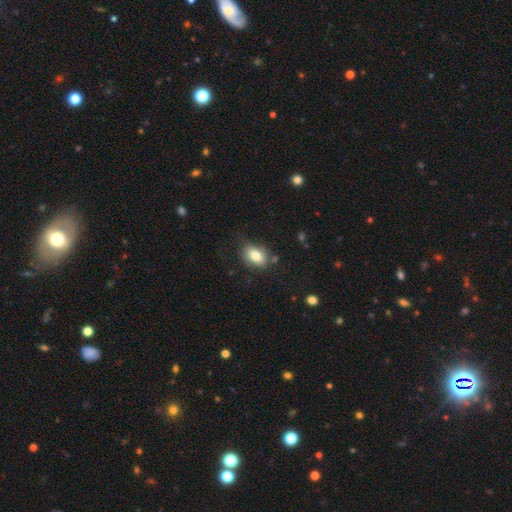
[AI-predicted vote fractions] Smooth or featured: smooth — 81% (featured or disk — 10%)
How rounded: in between — 79% (round — 20%)
Merging: none — 75% (minor disturbance — 17%)